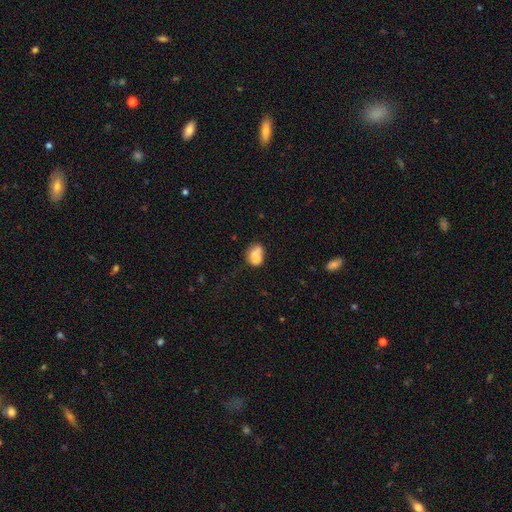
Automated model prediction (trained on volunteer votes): This is likely a smooth galaxy (75%). How rounded: likely in between (71%). Merging: marginally none (44%).